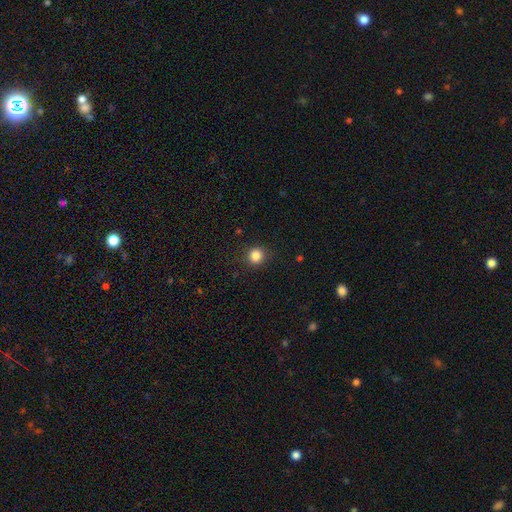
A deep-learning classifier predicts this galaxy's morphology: smooth 85%, star or artifact 11%, featured or disk 4%. Down the decision tree: how rounded — round (90%); merging — none (88%).